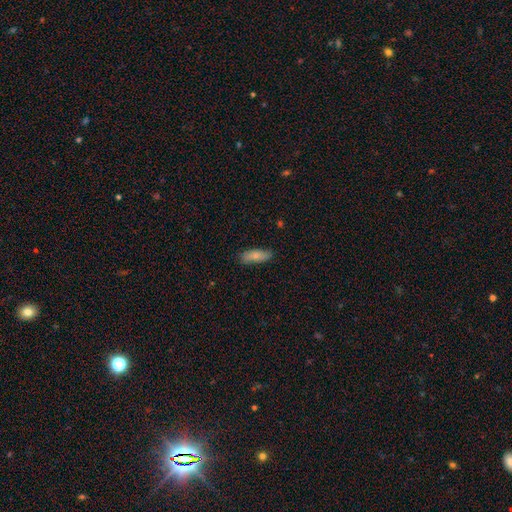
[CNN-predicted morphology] The model was most divided on "how rounded": in between: 66%, cigar-shaped: 32%, round: 2%. More confident: merging — none (82%); smooth or featured — smooth (79%).